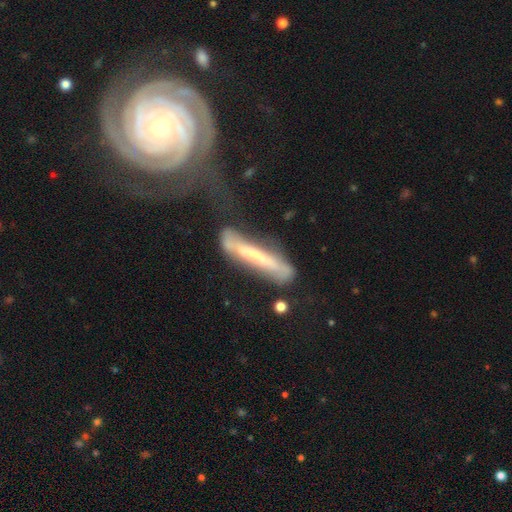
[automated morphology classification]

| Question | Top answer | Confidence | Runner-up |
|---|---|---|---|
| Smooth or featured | featured or disk | 55% | smooth (38%) |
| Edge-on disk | yes | 64% | no (36%) |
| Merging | none | 40% | minor disturbance (23%) |